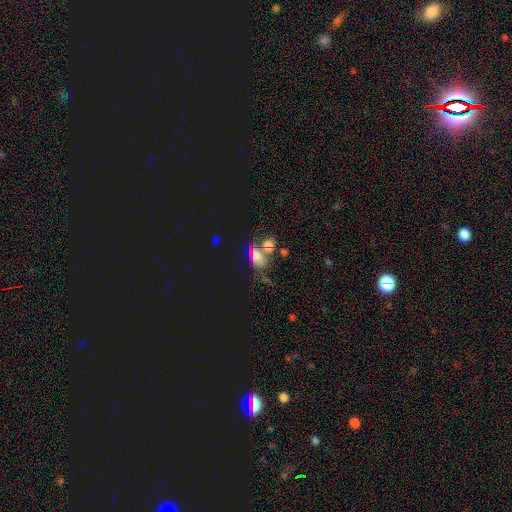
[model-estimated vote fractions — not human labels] Smooth or featured? Predicted: smooth (p=0.51). How rounded? Predicted: in between (p=0.78). Merging? Predicted: merger (p=0.46).